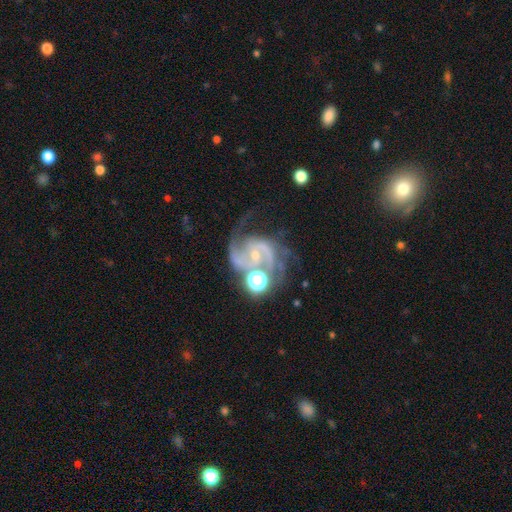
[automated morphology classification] A featured or disk galaxy (88%) with no bar (50%), 2 (75%) medium (55%) spiral arms (97%) and a small central bulge (69%).

Vote fractions:
- Smooth or featured? featured or disk: 88% / star or artifact: 8% / smooth: 4%
- Edge-on disk? no: 98% / yes: 2%
- Bar? no: 50% / weak: 36% / strong: 14%
- Spiral arms? yes: 97% / no: 3%
- Spiral winding? medium: 55% / tight: 26% / loose: 20%
- Spiral arm count? 2: 75% / 3: 9% / can't tell: 7% / 1: 4% / 4: 3% / more than 4: 3%
- Bulge size? small: 69% / moderate: 26% / none: 3% / large: 1% / dominant: 1%
- Merging? none: 47% / major disturbance: 20% / minor disturbance: 19% / merger: 15%